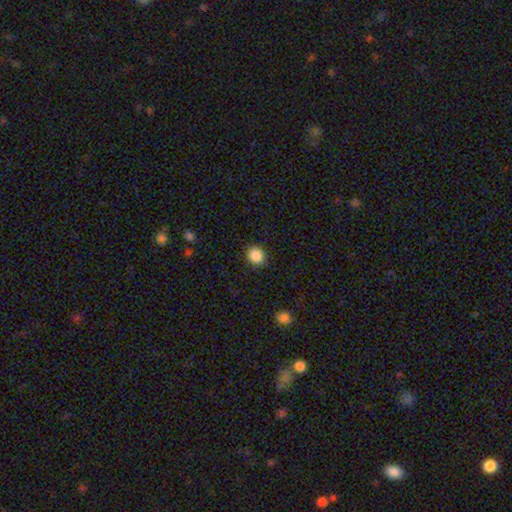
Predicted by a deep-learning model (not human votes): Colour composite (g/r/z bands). It shows a smooth galaxy with no disk features (88%) that is round (81%). Merging: none (89%).